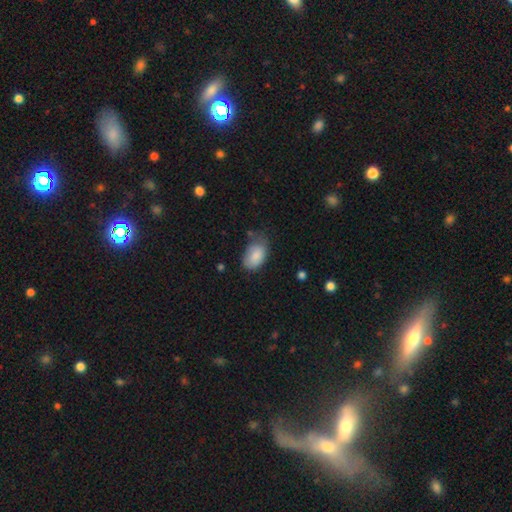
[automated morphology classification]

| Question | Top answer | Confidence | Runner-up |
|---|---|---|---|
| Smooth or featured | smooth | 86% | featured or disk (8%) |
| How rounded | in between | 91% | round (8%) |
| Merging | none | 49% | minor disturbance (37%) |